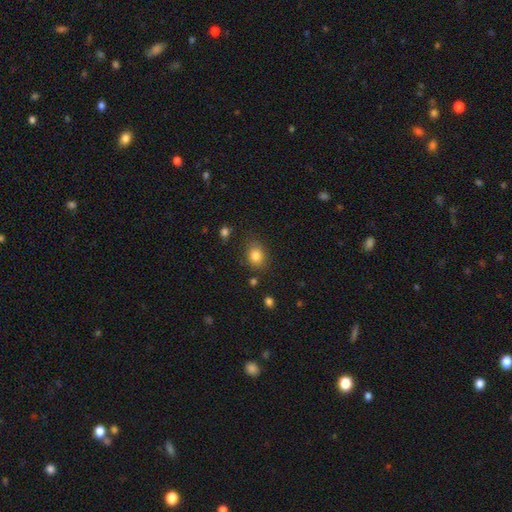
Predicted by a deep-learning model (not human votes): Smooth or featured? Predicted: smooth (p=0.83). How rounded? Predicted: in between (p=0.55). Merging? Predicted: none (p=0.76).